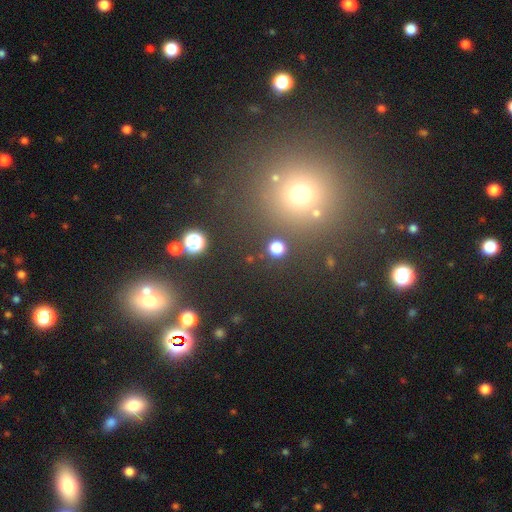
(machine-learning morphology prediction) Overall: star or artifact (47%; smooth 43%).